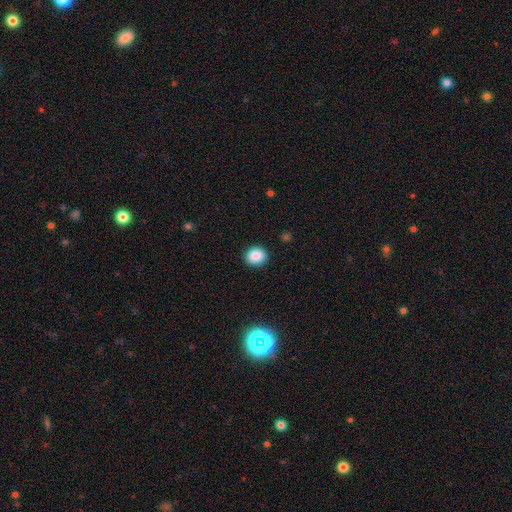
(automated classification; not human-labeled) Overall: smooth (87%). How rounded: round (76%). Merging: none (90%).